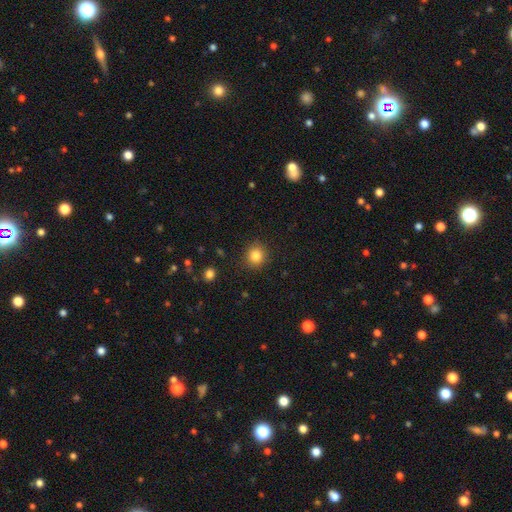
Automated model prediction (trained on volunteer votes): A smooth galaxy with no disk features (84%) that is round (89%). Merging: none (89%).